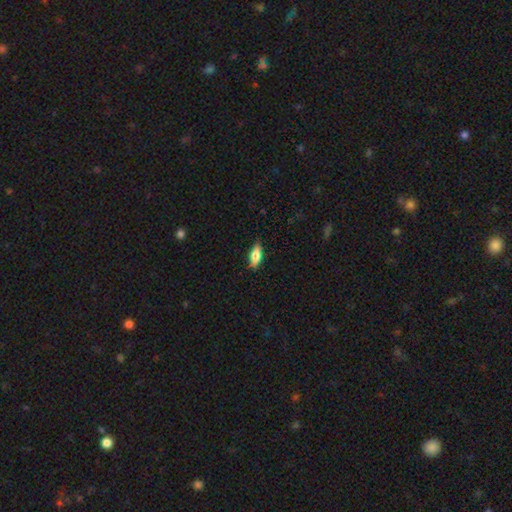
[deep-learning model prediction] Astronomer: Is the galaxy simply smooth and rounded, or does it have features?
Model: smooth — 73%.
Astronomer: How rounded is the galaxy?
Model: in between — 74%.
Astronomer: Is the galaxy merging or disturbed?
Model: none — 81%.